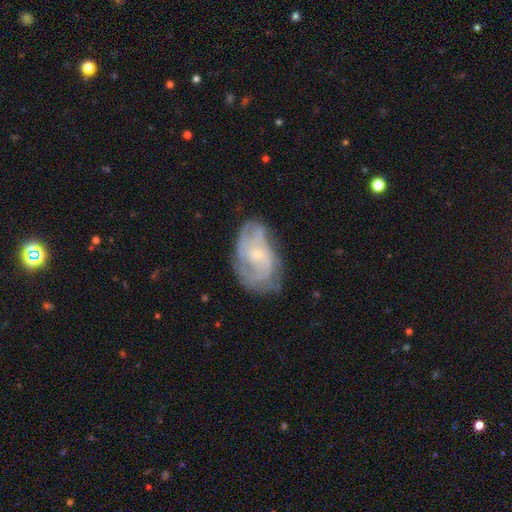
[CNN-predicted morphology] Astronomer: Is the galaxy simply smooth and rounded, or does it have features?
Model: featured or disk — 64%.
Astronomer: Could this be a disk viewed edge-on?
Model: no — 95%.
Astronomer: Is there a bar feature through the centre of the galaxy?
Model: no — 59%.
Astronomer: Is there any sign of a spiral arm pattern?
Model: yes — 85%.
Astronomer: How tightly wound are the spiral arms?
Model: tight — 47% (runner-up: medium, 37%).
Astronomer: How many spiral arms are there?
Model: can't tell — 44%.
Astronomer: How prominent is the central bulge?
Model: small — 62%.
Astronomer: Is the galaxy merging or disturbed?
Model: none — 72%.